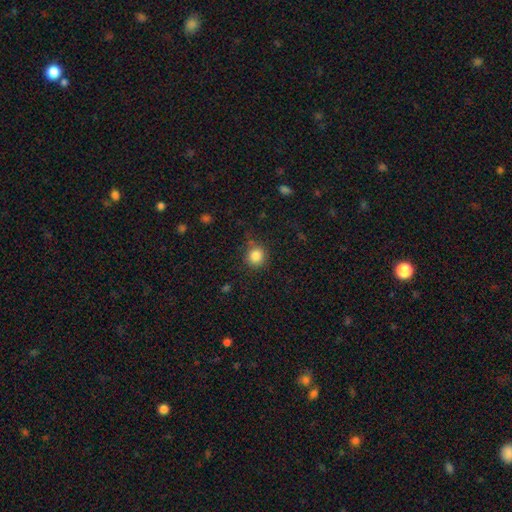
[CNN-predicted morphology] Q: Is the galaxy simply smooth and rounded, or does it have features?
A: smooth — 84%.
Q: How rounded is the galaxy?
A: round — 90%.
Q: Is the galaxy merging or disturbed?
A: none — 83%.